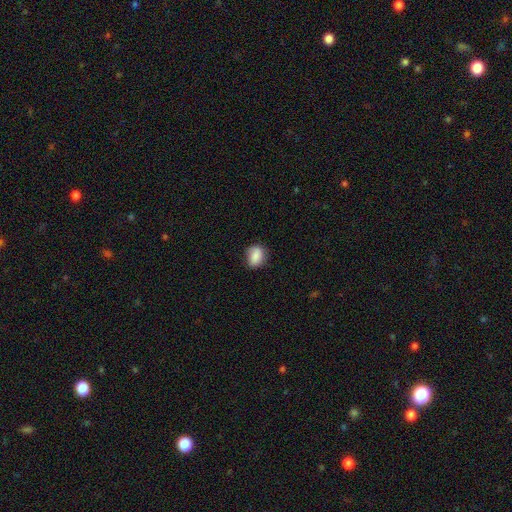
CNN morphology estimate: Smooth or featured?
  - smooth: 84% *
  - featured or disk: 8%
  - star or artifact: 8%
How rounded?
  - in between: 59% *
  - round: 39%
  - cigar-shaped: 1%
Merging?
  - none: 72% *
  - minor disturbance: 22%
  - major disturbance: 5%
  - merger: 1%